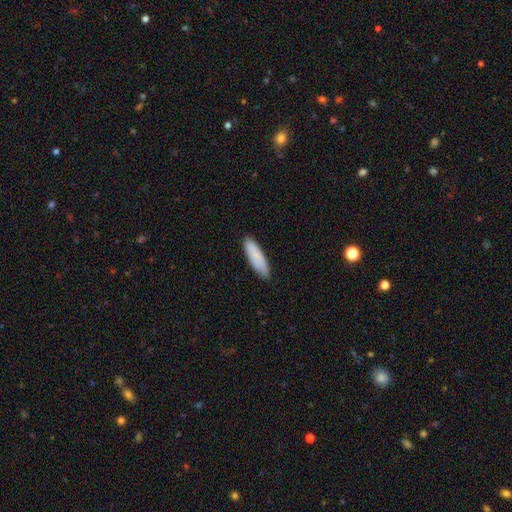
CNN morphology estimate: This appears to be a smooth galaxy with no disk features (80%) that is cigar-shaped (55%). Merging: none (84%).